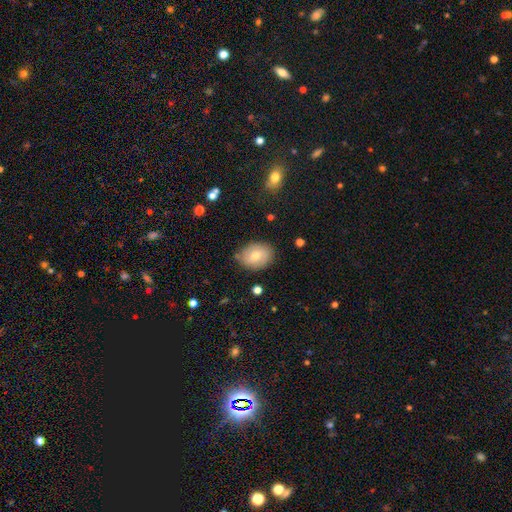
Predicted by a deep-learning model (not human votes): A smooth galaxy with no disk features (68%) that is in between round and cigar-shaped (62%). Merging: none (79%).